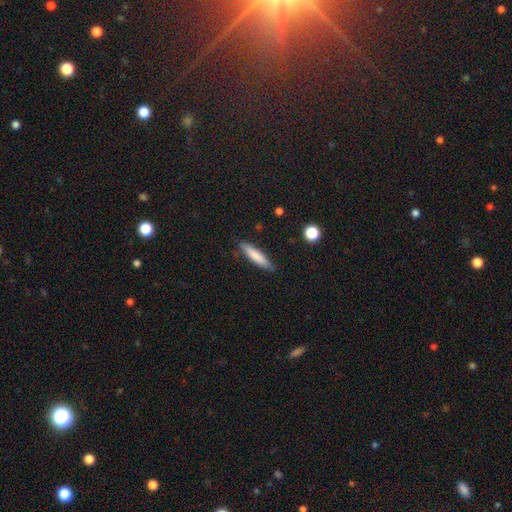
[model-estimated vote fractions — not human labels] A smooth galaxy with no disk features (79%) that is cigar-shaped (82%). Merging: none (83%).